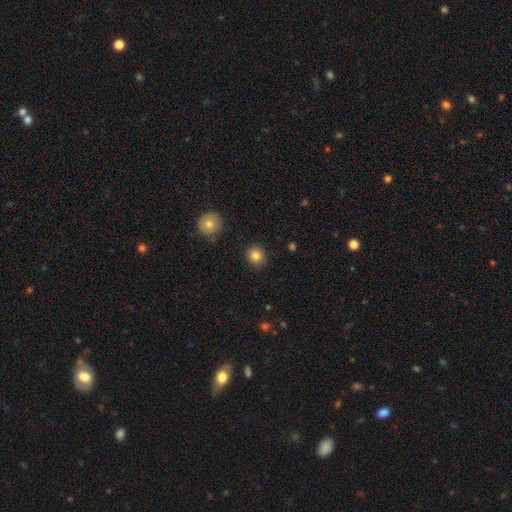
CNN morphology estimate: Smooth or featured: smooth — 82% (star or artifact — 11%)
How rounded: round — 84% (in between — 15%)
Merging: none — 90% (minor disturbance — 7%)